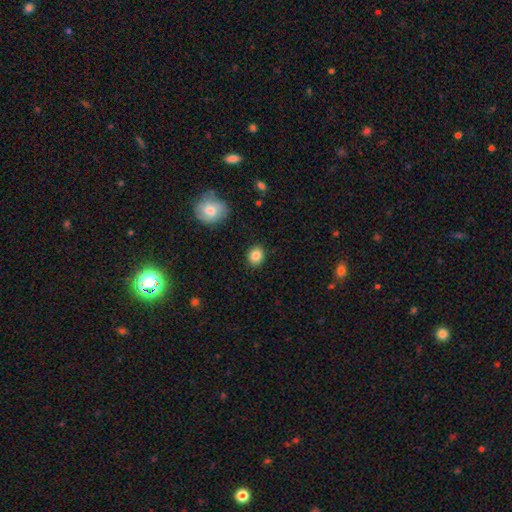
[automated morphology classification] Q: Smooth or featured?
A: smooth (86%); runner-up: star or artifact (9%)
Q: How rounded?
A: round (62%); runner-up: in between (37%)
Q: Merging?
A: none (88%); runner-up: minor disturbance (8%)